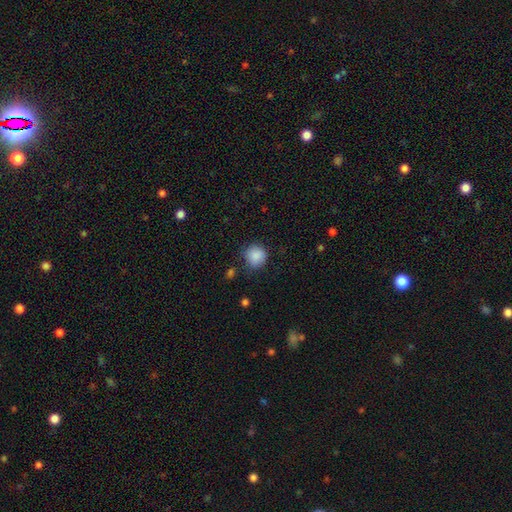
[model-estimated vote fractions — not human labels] A smooth galaxy with no disk features (87%) that is round (88%). Merging: none (75%).